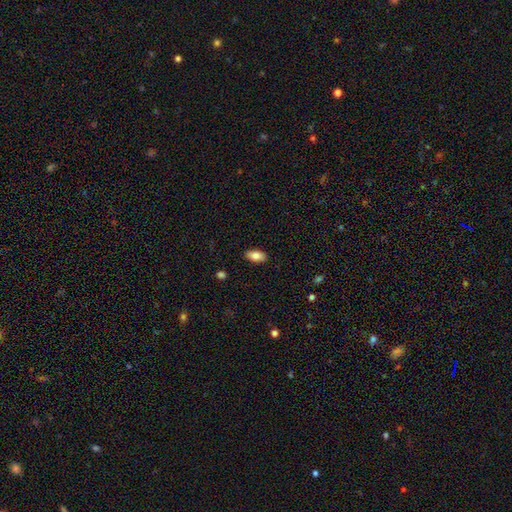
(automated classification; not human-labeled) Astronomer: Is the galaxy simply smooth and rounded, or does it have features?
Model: smooth — 84%.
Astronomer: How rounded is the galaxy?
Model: in between — 92%.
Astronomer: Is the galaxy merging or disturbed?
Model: none — 88%.